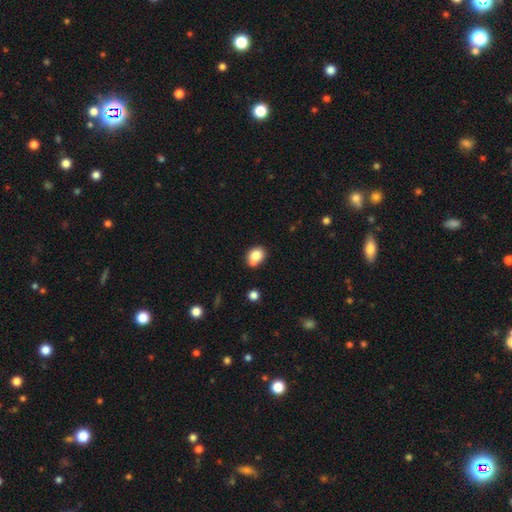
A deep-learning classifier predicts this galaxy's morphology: Smooth or featured? smooth (80%)
How rounded? round (54%)
Merging? none (55%)